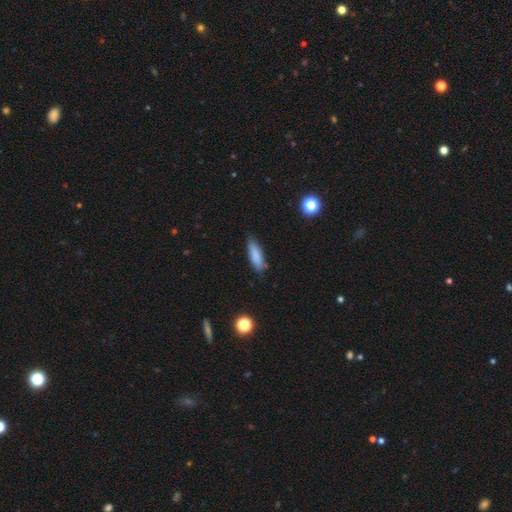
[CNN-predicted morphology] Smooth or featured?
  - smooth: 83% *
  - featured or disk: 9%
  - star or artifact: 7%
How rounded?
  - cigar-shaped: 54% *
  - in between: 45%
  - round: 2%
Merging?
  - none: 79% *
  - minor disturbance: 16%
  - major disturbance: 3%
  - merger: 2%